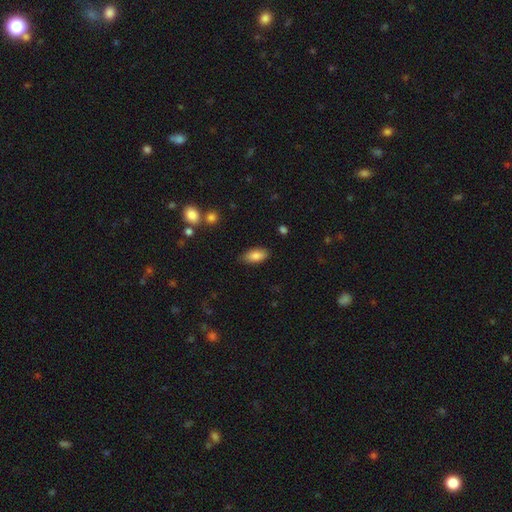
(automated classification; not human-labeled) Smooth or featured? smooth (85%)
How rounded? in between (89%)
Merging? none (80%)